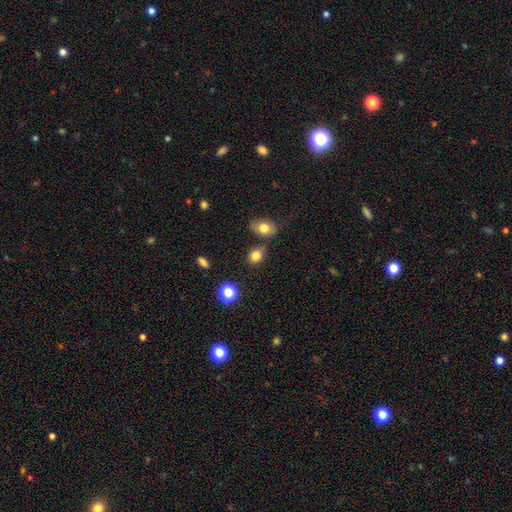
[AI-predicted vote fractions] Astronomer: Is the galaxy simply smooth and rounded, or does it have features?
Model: smooth — 81%.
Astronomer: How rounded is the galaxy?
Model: round — 60% (runner-up: in between, 39%).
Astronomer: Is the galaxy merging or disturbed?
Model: none — 63%.